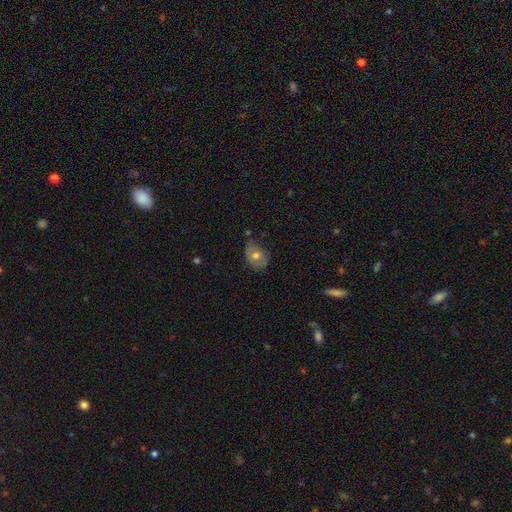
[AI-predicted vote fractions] This is likely a smooth galaxy (65%). How rounded: likely in between (73%). Merging: possibly none (54%).